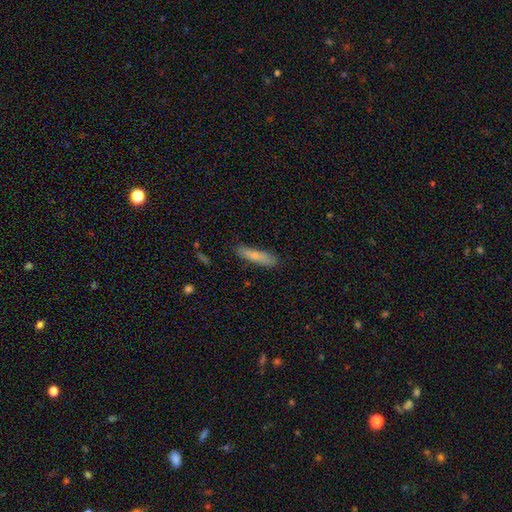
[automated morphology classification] A smooth galaxy with no disk features (77%) that is cigar-shaped (81%).

Vote fractions:
- Smooth or featured? smooth: 77% / featured or disk: 16% / star or artifact: 7%
- How rounded? cigar-shaped: 81% / in between: 18% / round: 2%
- Merging? none: 82% / minor disturbance: 14% / major disturbance: 3% / merger: 2%